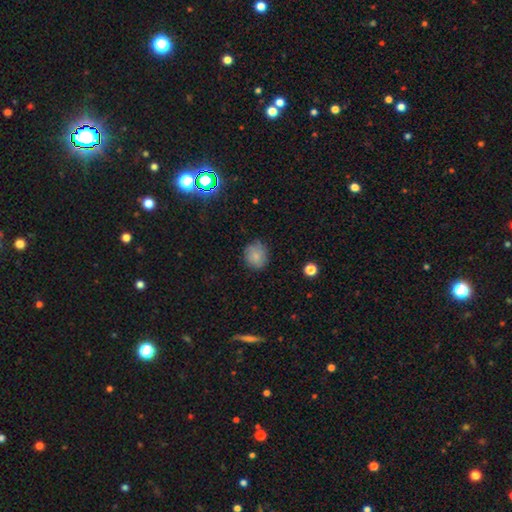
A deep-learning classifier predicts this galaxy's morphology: Smooth or featured: smooth — 77% (featured or disk — 12%)
How rounded: round — 75% (in between — 24%)
Merging: none — 76% (minor disturbance — 18%)